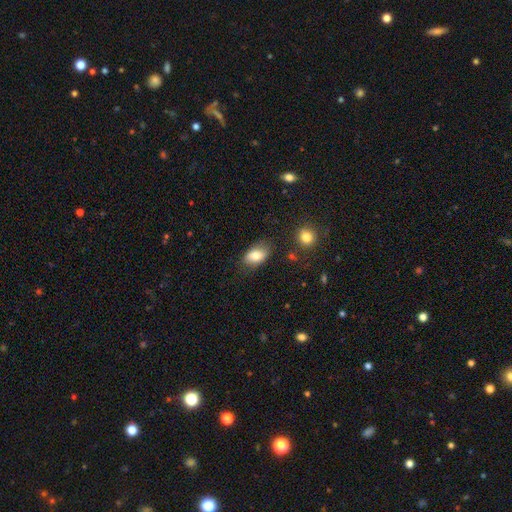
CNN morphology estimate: This appears to be a smooth galaxy with no disk features (78%) that is in between round and cigar-shaped (89%). Merging: none (76%).